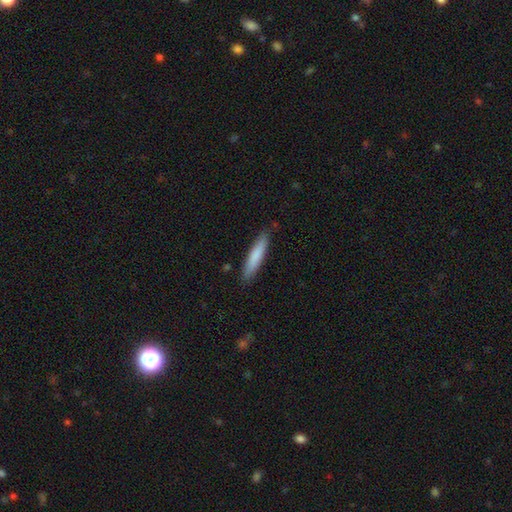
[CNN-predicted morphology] A smooth galaxy with no disk features (79%) that is cigar-shaped (87%).

Vote fractions:
- Smooth or featured? smooth: 79% / featured or disk: 15% / star or artifact: 5%
- How rounded? cigar-shaped: 87% / in between: 12% / round: 1%
- Merging? none: 87% / minor disturbance: 10% / major disturbance: 2% / merger: 1%